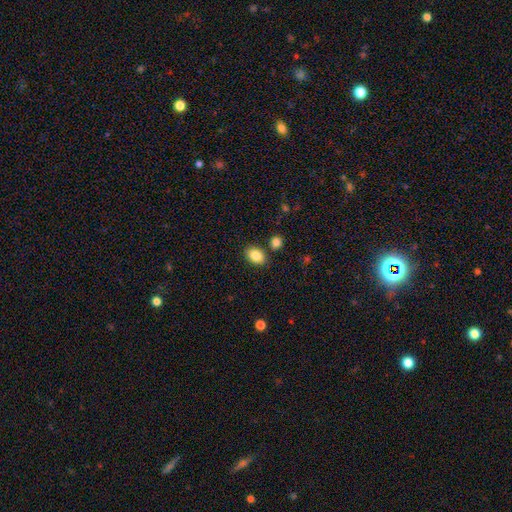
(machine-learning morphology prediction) smooth 86%, star or artifact 8%, featured or disk 6%. Down the decision tree: how rounded — in between (77%); merging — none (81%).